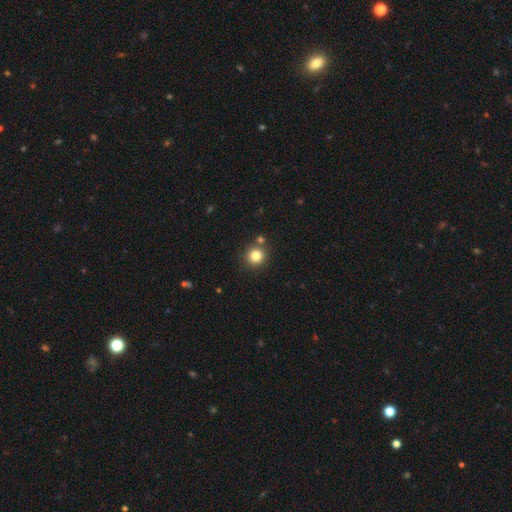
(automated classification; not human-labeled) Morphology: type=smooth (82%); roundness=round (92%); merging=none (81%).